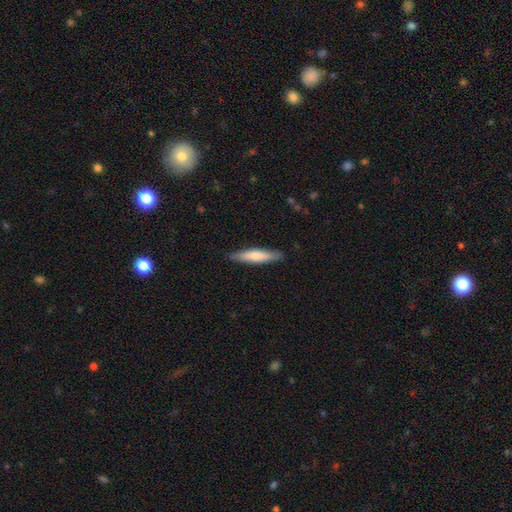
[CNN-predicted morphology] Smooth or featured? Predicted: smooth (p=0.65). How rounded? Predicted: cigar-shaped (p=0.86). Merging? Predicted: none (p=0.88).